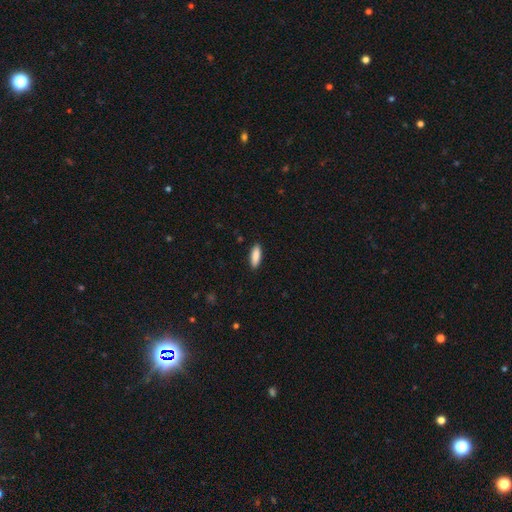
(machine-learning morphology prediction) type=smooth (89%); roundness=in between (55%); merging=none (89%).